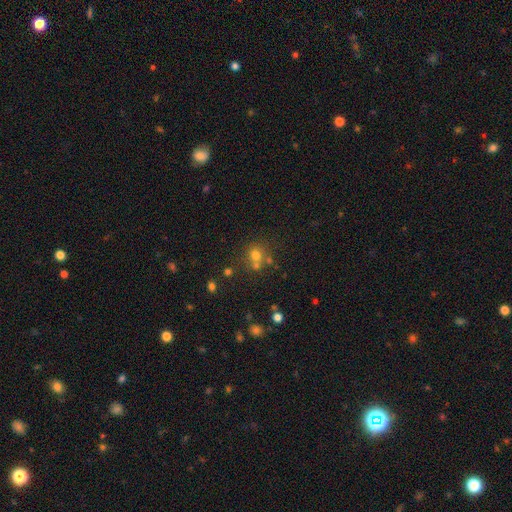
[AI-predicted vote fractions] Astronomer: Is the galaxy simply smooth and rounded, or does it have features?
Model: smooth — 54% (runner-up: star or artifact, 36%).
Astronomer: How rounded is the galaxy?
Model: round — 87%.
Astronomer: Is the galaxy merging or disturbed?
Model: none — 64%.